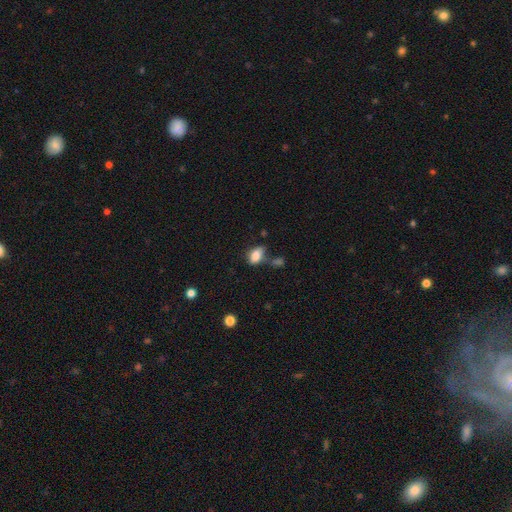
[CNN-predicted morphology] A smooth galaxy with no disk features (81%) that is in between round and cigar-shaped (85%). Merging: none (46%).